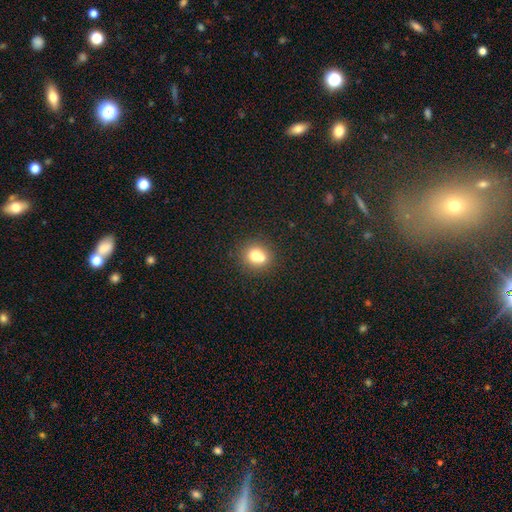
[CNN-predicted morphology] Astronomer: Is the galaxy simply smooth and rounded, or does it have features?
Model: smooth — 71%.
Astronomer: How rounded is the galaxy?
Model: round — 80%.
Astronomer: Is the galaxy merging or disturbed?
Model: none — 49% (runner-up: merger, 40%).